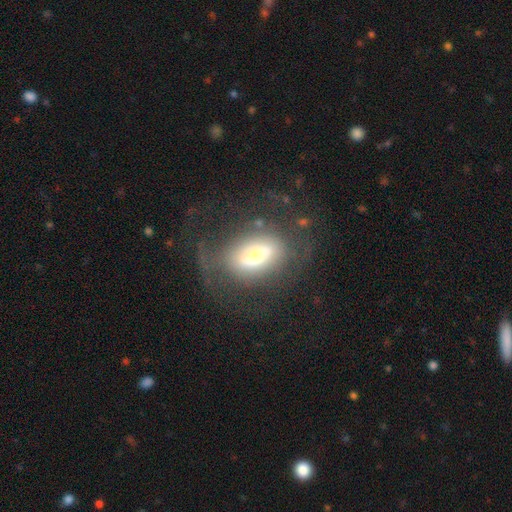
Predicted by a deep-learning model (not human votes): Morphology: type=featured or disk (50%); edge-on=no (86%); merging=none (50%).